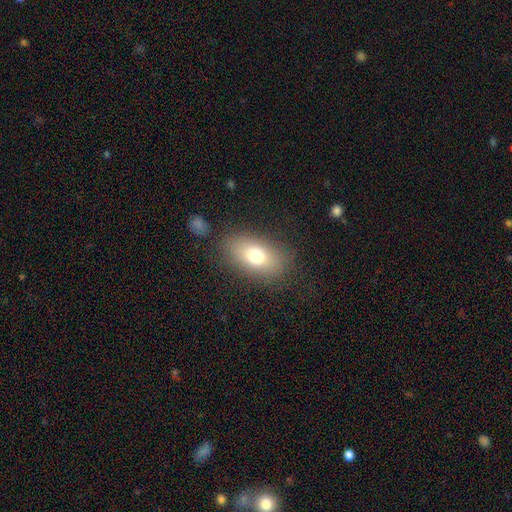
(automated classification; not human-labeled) Smooth or featured?
  - smooth: 73% *
  - featured or disk: 16%
  - star or artifact: 11%
How rounded?
  - in between: 85% *
  - round: 13%
  - cigar-shaped: 2%
Merging?
  - none: 81% *
  - minor disturbance: 12%
  - major disturbance: 5%
  - merger: 2%